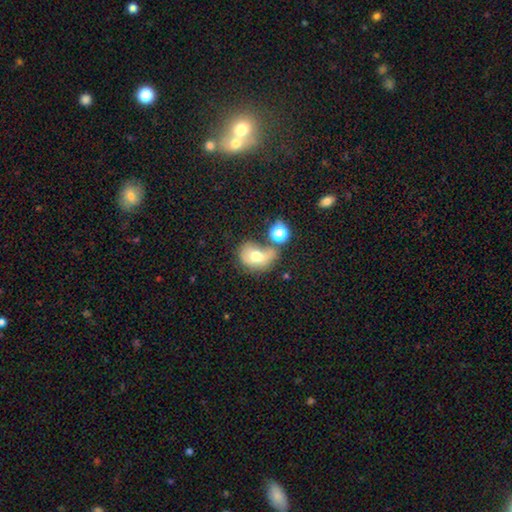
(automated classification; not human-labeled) This is likely a smooth galaxy (64%). How rounded: possibly in between (54%). Merging: marginally merger (34%).